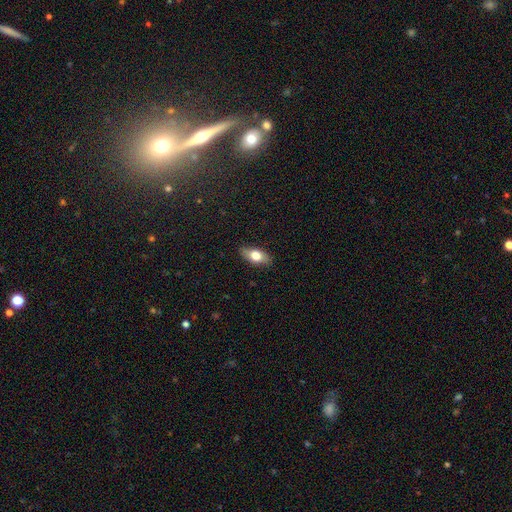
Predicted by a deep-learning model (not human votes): A smooth galaxy with no disk features (71%) that is in between round and cigar-shaped (85%).

Vote fractions:
- Smooth or featured? smooth: 71% / featured or disk: 22% / star or artifact: 7%
- How rounded? in between: 85% / cigar-shaped: 9% / round: 5%
- Merging? none: 87% / minor disturbance: 10% / major disturbance: 2% / merger: 1%